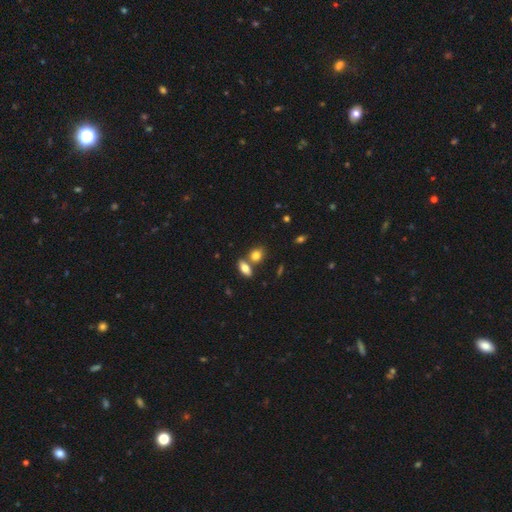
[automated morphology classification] This is likely a smooth galaxy (80%). How rounded: possibly in between (60%). Merging: possibly none (58%).